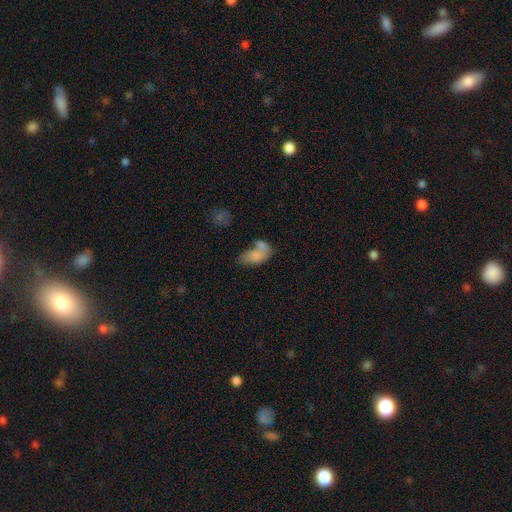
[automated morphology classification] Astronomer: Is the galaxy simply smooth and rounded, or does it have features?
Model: smooth — 72%.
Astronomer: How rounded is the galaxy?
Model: in between — 90%.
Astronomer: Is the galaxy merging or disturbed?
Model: merger — 46% (runner-up: none, 24%).